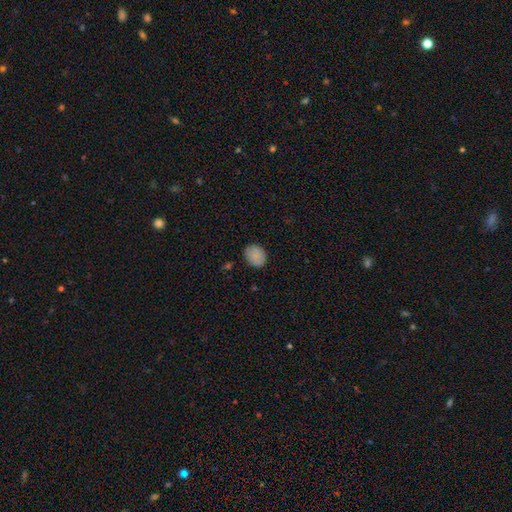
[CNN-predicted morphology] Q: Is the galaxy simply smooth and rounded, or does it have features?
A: smooth — 85%.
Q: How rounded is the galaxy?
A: round — 57%.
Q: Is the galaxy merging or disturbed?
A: none — 83%.